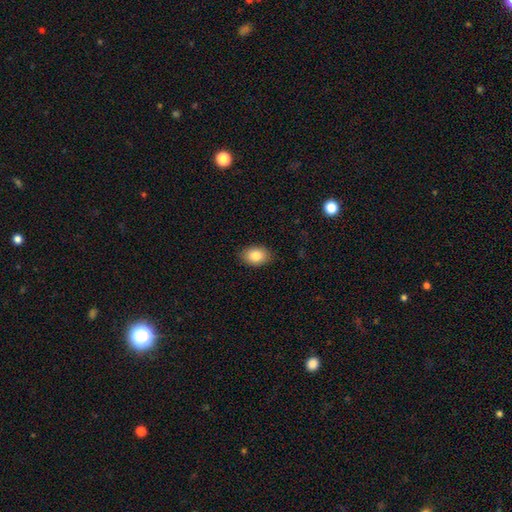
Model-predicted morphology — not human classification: Smooth or featured: smooth — 84% (star or artifact — 8%)
How rounded: in between — 81% (round — 18%)
Merging: none — 87% (minor disturbance — 10%)